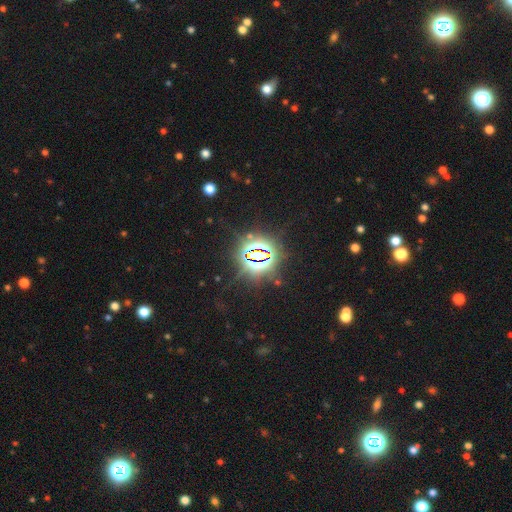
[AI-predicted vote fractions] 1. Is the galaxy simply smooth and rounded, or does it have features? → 83% star or artifact, 9% smooth, 8% featured or disk.